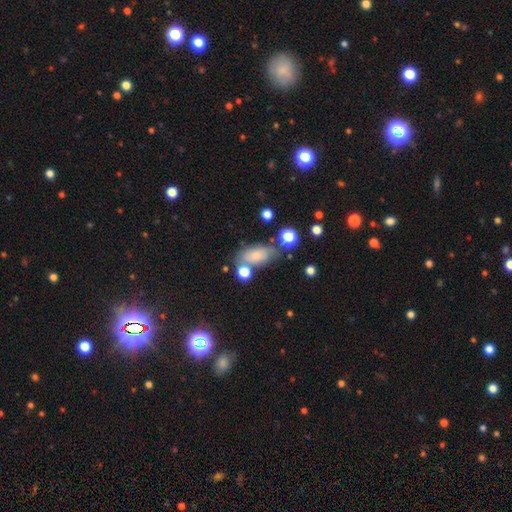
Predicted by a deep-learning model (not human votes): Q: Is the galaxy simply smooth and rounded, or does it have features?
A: smooth — 70%.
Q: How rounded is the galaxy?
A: in between — 86%.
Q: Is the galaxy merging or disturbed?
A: none — 58%.